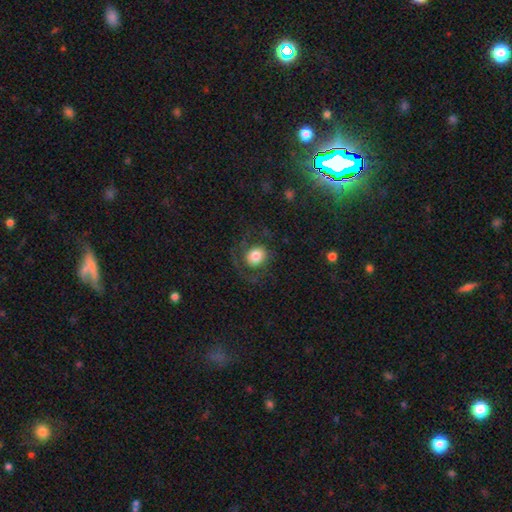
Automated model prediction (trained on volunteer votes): Smooth or featured: smooth — 69% (featured or disk — 22%)
How rounded: round — 77% (in between — 22%)
Merging: none — 58% (major disturbance — 23%)